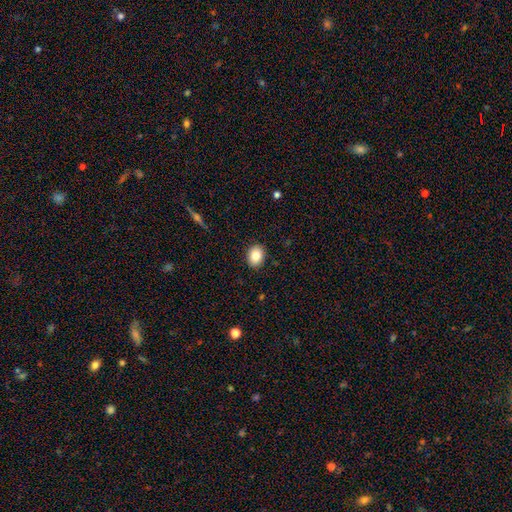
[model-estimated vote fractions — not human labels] Smooth or featured?
  - smooth: 83% *
  - star or artifact: 9%
  - featured or disk: 8%
How rounded?
  - in between: 58% *
  - round: 41%
  - cigar-shaped: 1%
Merging?
  - none: 90% *
  - minor disturbance: 8%
  - major disturbance: 2%
  - merger: 1%